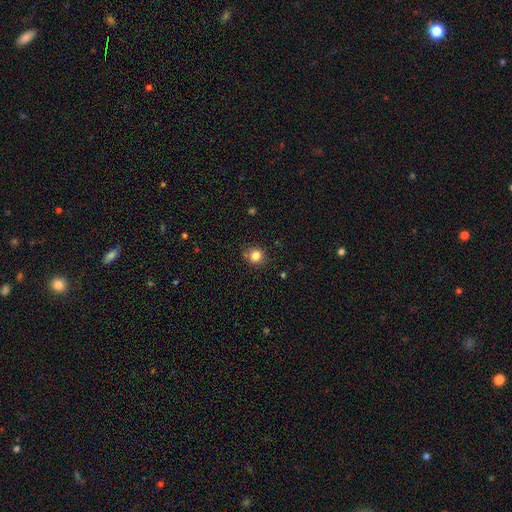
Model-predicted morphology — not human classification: A smooth galaxy with no disk features (83%) that is round (87%). Merging: none (79%).